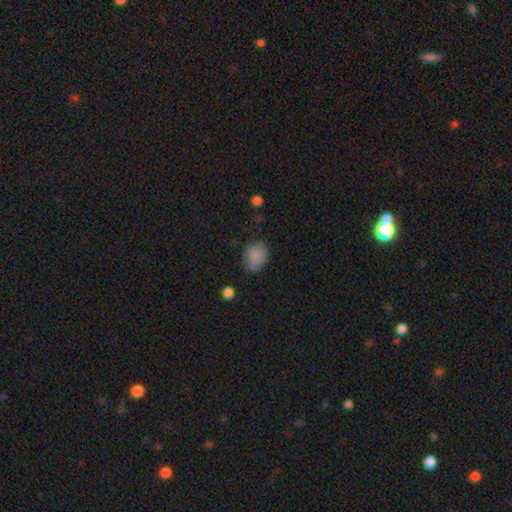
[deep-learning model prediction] Morphology: type=smooth (84%); roundness=in between (58%); merging=none (66%).